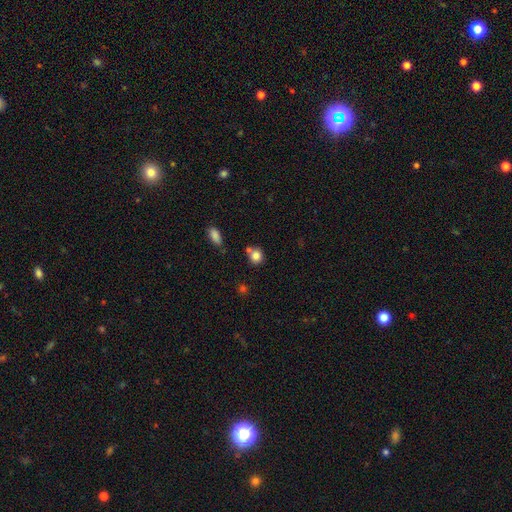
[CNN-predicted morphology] Smooth or featured?
  - smooth: 83% *
  - star or artifact: 11%
  - featured or disk: 7%
How rounded?
  - round: 83% *
  - in between: 16%
  - cigar-shaped: 1%
Merging?
  - none: 66% *
  - merger: 18%
  - minor disturbance: 13%
  - major disturbance: 4%